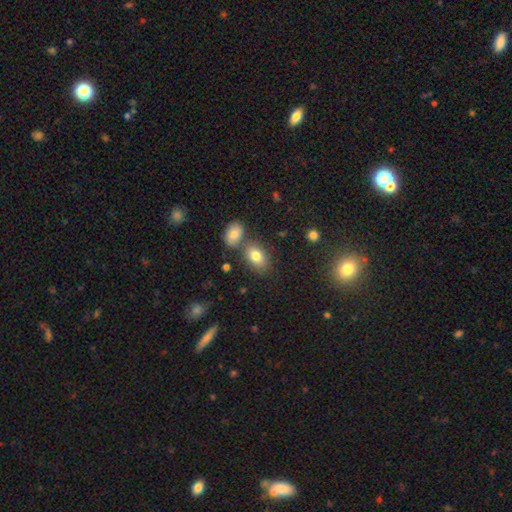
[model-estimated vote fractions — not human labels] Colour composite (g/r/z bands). It shows a smooth galaxy with no disk features (80%) that is in between round and cigar-shaped (83%). Merging: none (64%).